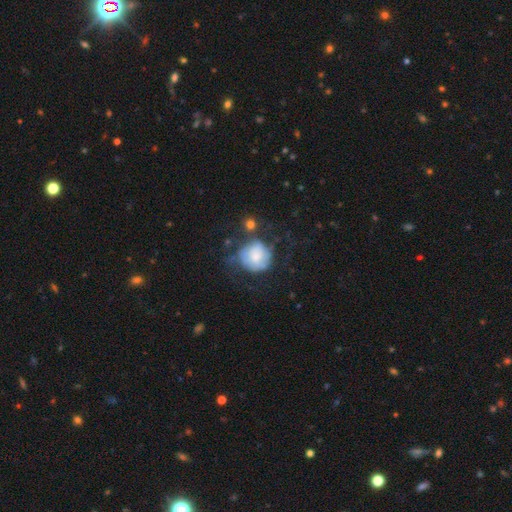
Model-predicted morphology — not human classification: smooth 54%, featured or disk 38%, star or artifact 8%. Down the decision tree: how rounded — round (86%); merging — none (40%).